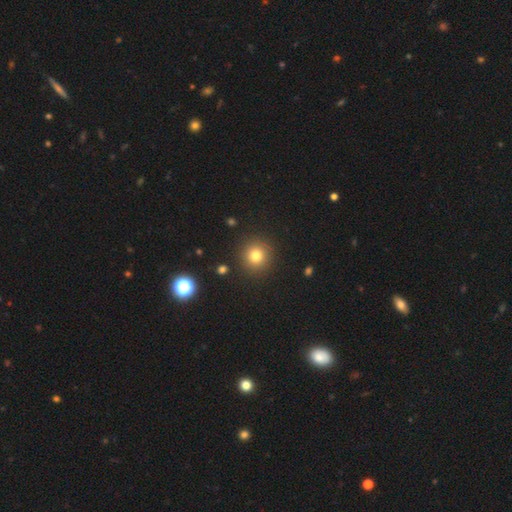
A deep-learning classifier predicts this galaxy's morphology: This appears to be a smooth galaxy with no disk features (78%) that is round (93%). Merging: none (90%).